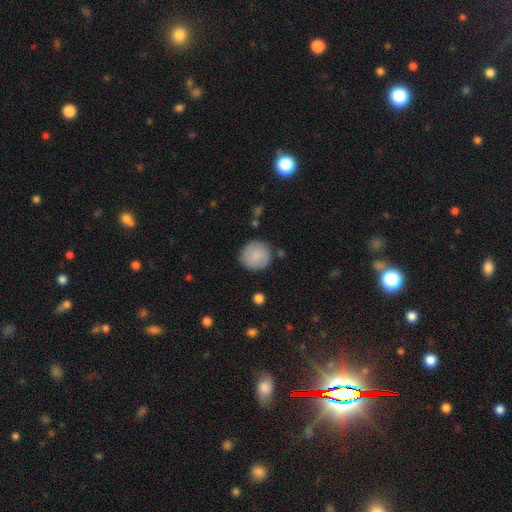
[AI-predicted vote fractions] Q: Smooth or featured?
A: smooth (85%); runner-up: featured or disk (9%)
Q: How rounded?
A: round (93%); runner-up: in between (6%)
Q: Merging?
A: none (84%); runner-up: minor disturbance (11%)